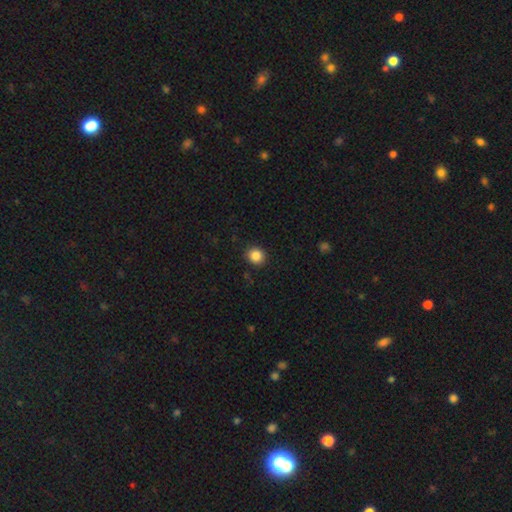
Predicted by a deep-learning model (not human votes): This appears to be a smooth galaxy with no disk features (86%) that is round (87%). Merging: none (91%).